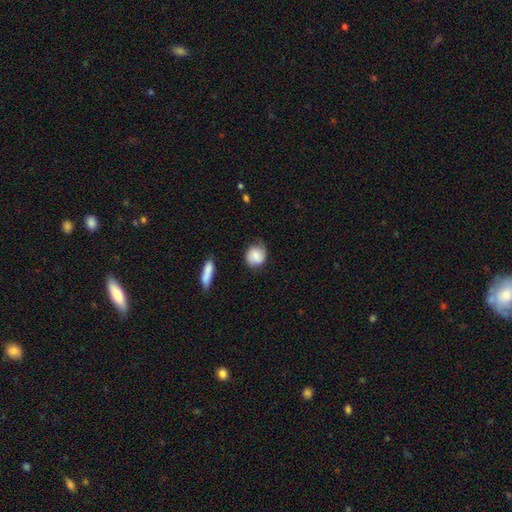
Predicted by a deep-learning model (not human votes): Smooth or featured? smooth (73%)
How rounded? round (80%)
Merging? none (66%)